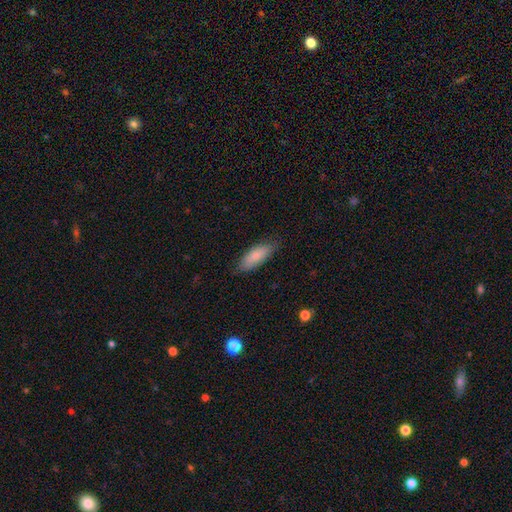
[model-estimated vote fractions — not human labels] Smooth or featured: smooth — 82% (featured or disk — 12%)
How rounded: in between — 73% (cigar-shaped — 25%)
Merging: none — 78% (minor disturbance — 17%)